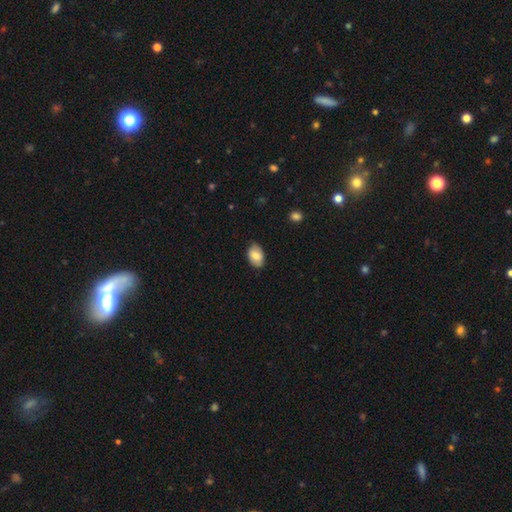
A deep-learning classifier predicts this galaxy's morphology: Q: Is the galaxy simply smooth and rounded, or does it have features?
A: smooth — 80%.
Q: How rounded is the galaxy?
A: in between — 90%.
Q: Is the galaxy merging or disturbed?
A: none — 79%.